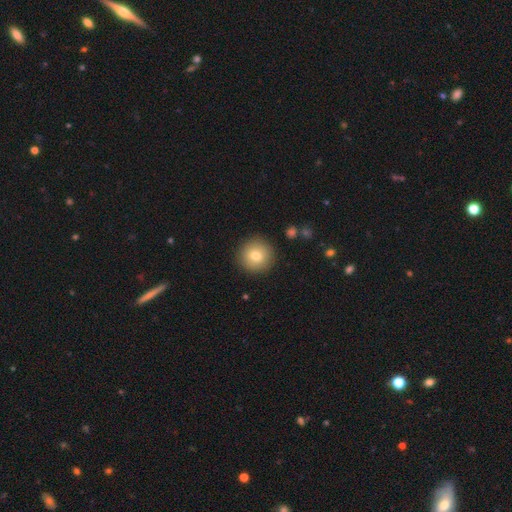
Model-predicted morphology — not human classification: smooth_or_featured: smooth (p=0.77) [alt: featured or disk p=0.13]
how_rounded: round (p=0.94) [alt: in between p=0.05]
merging: none (p=0.90) [alt: minor disturbance p=0.07]